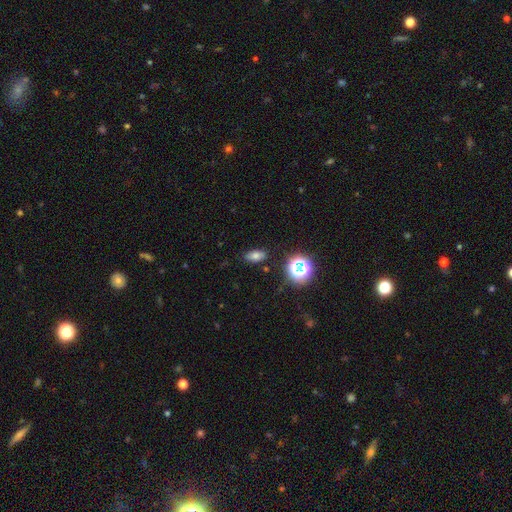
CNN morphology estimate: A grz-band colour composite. It shows a smooth galaxy with no disk features (70%) that is in between round and cigar-shaped (84%). Merging: none (85%).